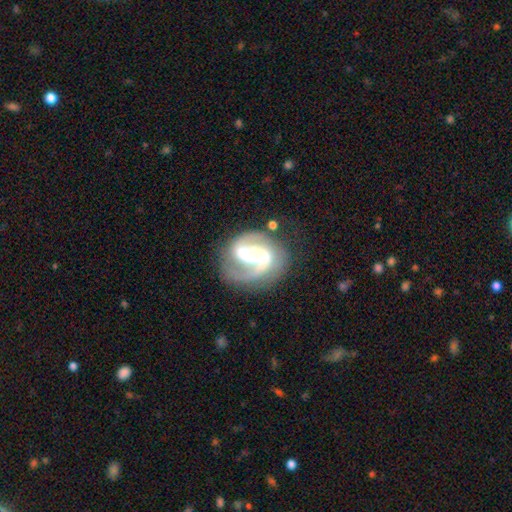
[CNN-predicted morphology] smooth_or_featured: featured or disk (p=0.86) [alt: smooth p=0.09]
disk_edge_on: no (p=0.98) [alt: yes p=0.02]
bar: weak (p=0.40) [alt: strong p=0.36]
has_spiral_arms: yes (p=0.95) [alt: no p=0.05]
spiral_winding: medium (p=0.52) [alt: loose p=0.26]
spiral_arm_count: 2 (p=0.80) [alt: 1 p=0.08]
bulge_size: moderate (p=0.43) [alt: small p=0.41]
merging: none (p=0.63) [alt: minor disturbance p=0.18]